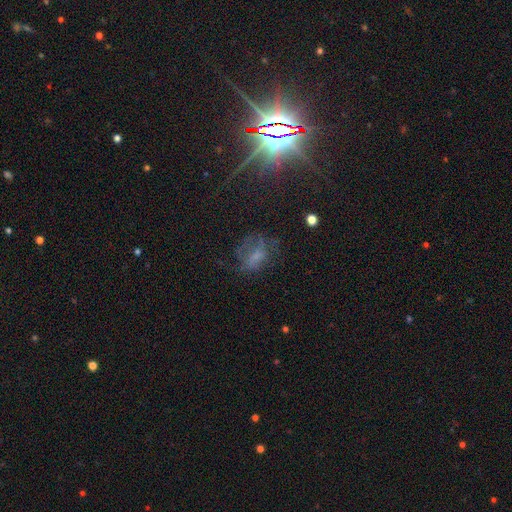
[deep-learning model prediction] Q: Smooth or featured?
A: featured or disk (37%); runner-up: smooth (36%)
Q: Merging?
A: none (48%); runner-up: major disturbance (28%)